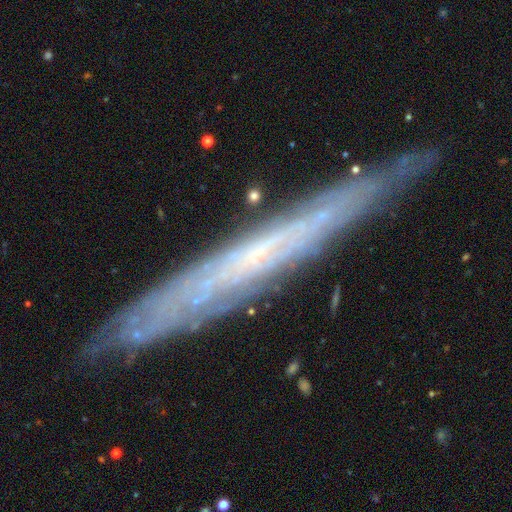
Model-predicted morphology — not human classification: Smooth or featured: featured or disk — 73% (smooth — 19%)
Edge-on disk: yes — 78% (no — 22%)
Edge-on bulge: none — 83% (rounded — 13%)
Merging: none — 84% (minor disturbance — 13%)